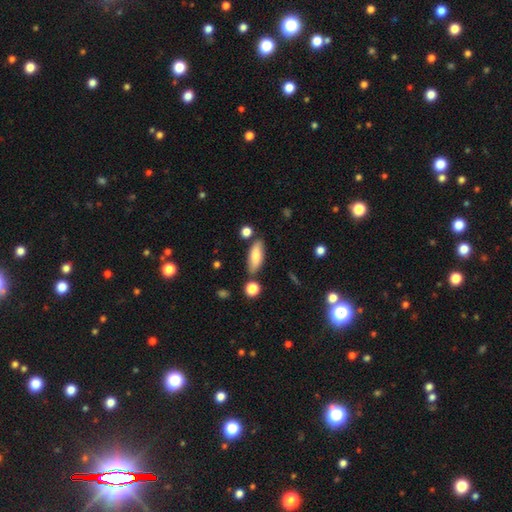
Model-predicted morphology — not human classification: smooth_or_featured: smooth (p=0.75) [alt: featured or disk p=0.18]
how_rounded: in between (p=0.67) [alt: cigar-shaped p=0.30]
merging: none (p=0.77) [alt: minor disturbance p=0.14]